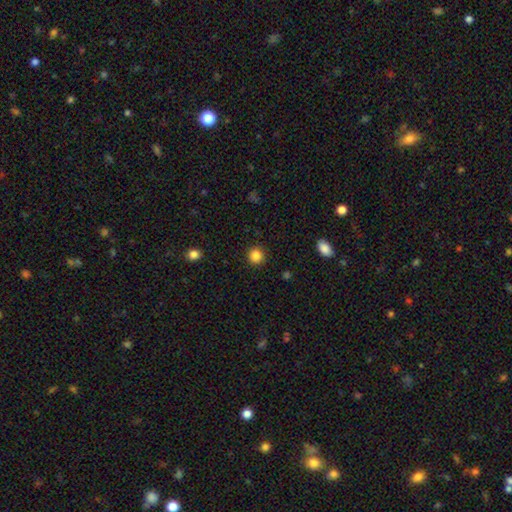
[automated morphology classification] smooth_or_featured: smooth (p=0.86) [alt: star or artifact p=0.11]
how_rounded: round (p=0.92) [alt: in between p=0.07]
merging: none (p=0.91) [alt: minor disturbance p=0.06]